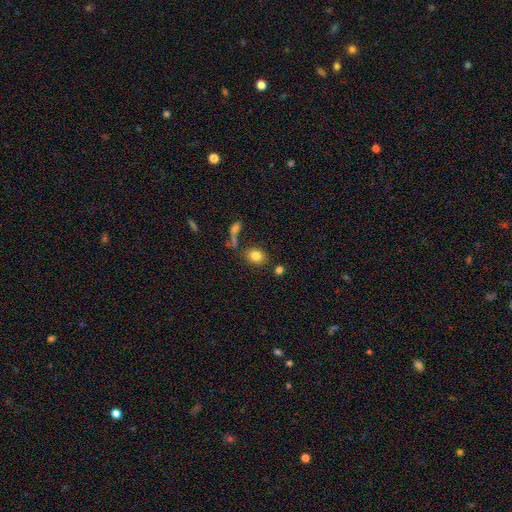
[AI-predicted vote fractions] smooth 82%, star or artifact 10%, featured or disk 9%. Down the decision tree: how rounded — in between (55%); merging — none (73%).